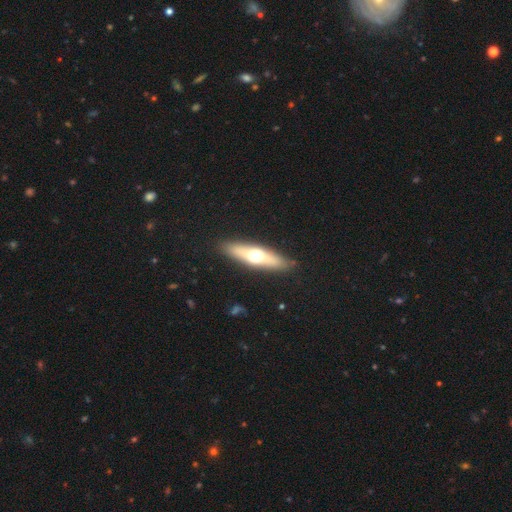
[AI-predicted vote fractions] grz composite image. It shows a featured or disk galaxy (48%). Merging: none (88%).